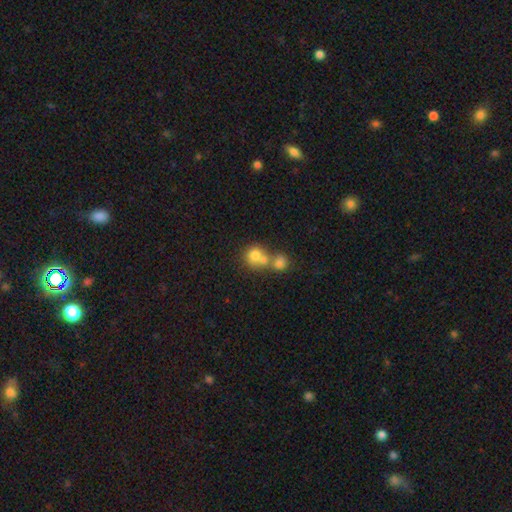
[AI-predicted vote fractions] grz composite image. It shows a smooth galaxy with no disk features (73%) that is round (81%). Merging: merger (59%).